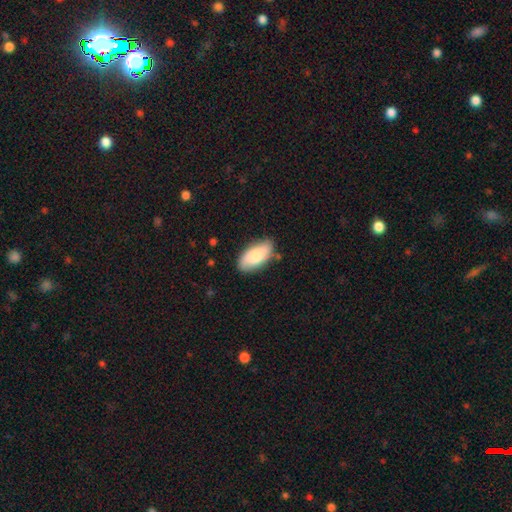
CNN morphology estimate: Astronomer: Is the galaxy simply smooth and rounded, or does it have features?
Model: smooth — 80%.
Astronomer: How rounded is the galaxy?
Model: in between — 92%.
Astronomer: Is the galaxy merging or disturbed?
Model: none — 79%.